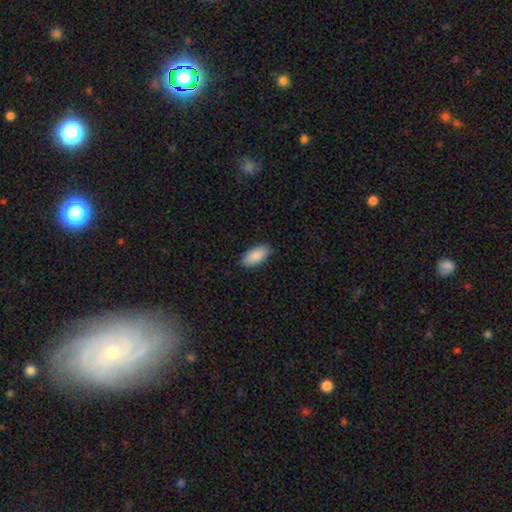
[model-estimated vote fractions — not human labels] smooth-or-featured: smooth: 90% | star or artifact: 6% | featured or disk: 5%
  how-rounded: in between: 92% | cigar-shaped: 6% | round: 2%
  merging: none: 89% | minor disturbance: 8% | major disturbance: 2% | merger: 1%